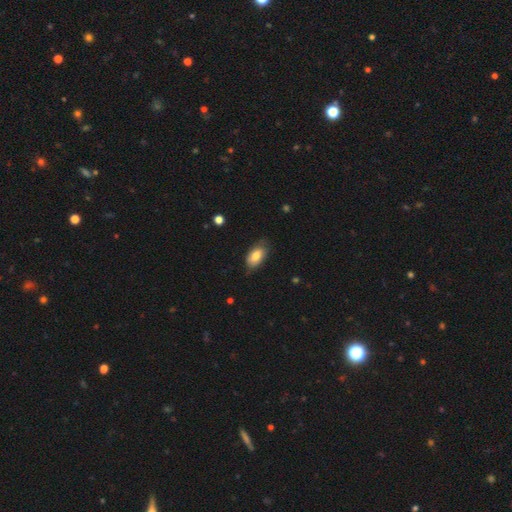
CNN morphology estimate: Q: Smooth or featured?
A: smooth (77%); runner-up: featured or disk (17%)
Q: How rounded?
A: in between (92%); runner-up: round (5%)
Q: Merging?
A: none (73%); runner-up: minor disturbance (22%)